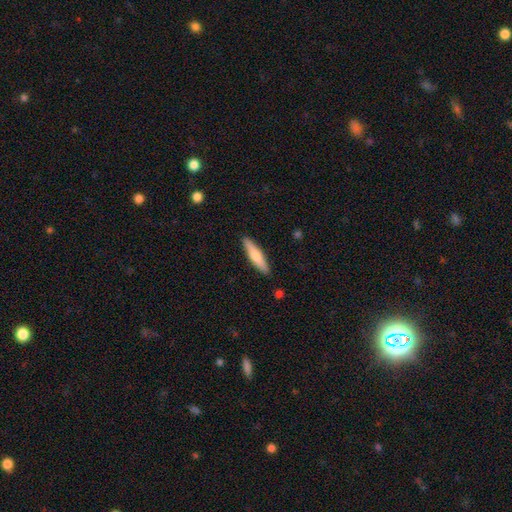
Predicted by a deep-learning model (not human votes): A smooth galaxy with no disk features (66%) that is cigar-shaped (83%).

Vote fractions:
- Smooth or featured? smooth: 66% / featured or disk: 29% / star or artifact: 5%
- How rounded? cigar-shaped: 83% / in between: 16% / round: 2%
- Merging? none: 90% / minor disturbance: 7% / major disturbance: 2% / merger: 1%